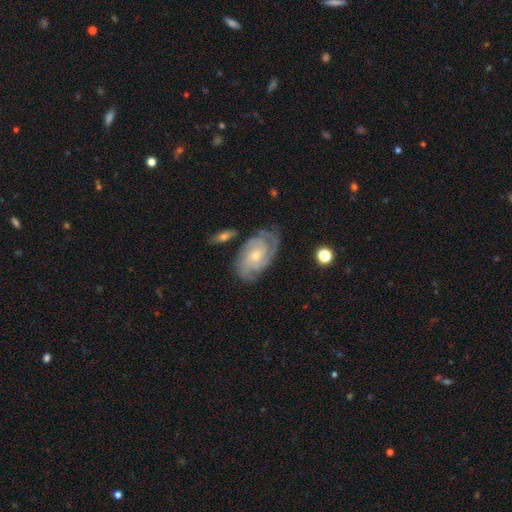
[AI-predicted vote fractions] smooth_or_featured: featured or disk (p=0.85) [alt: smooth p=0.10]
disk_edge_on: no (p=0.96) [alt: yes p=0.04]
bar: no (p=0.68) [alt: weak p=0.27]
has_spiral_arms: yes (p=0.97) [alt: no p=0.03]
spiral_winding: tight (p=0.67) [alt: medium p=0.28]
spiral_arm_count: 3 (p=0.36) [alt: 2 p=0.21]
bulge_size: small (p=0.53) [alt: moderate p=0.43]
merging: none (p=0.71) [alt: minor disturbance p=0.19]